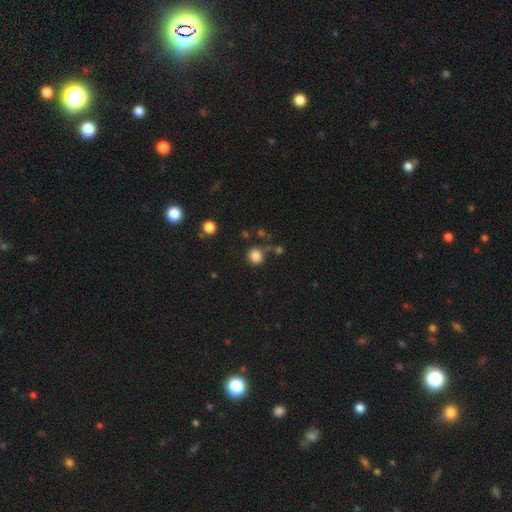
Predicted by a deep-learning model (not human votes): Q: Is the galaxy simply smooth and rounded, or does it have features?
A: smooth — 84%.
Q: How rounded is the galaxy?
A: round — 88%.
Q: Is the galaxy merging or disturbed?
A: none — 78%.